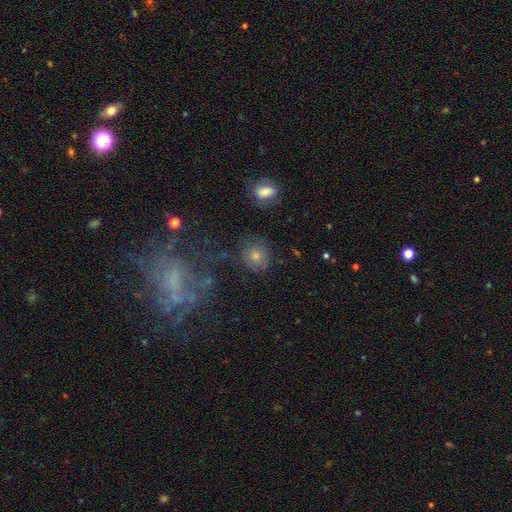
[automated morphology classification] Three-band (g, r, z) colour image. It shows a smooth galaxy with no disk features (54%) that is round (84%). Merging: none (78%).